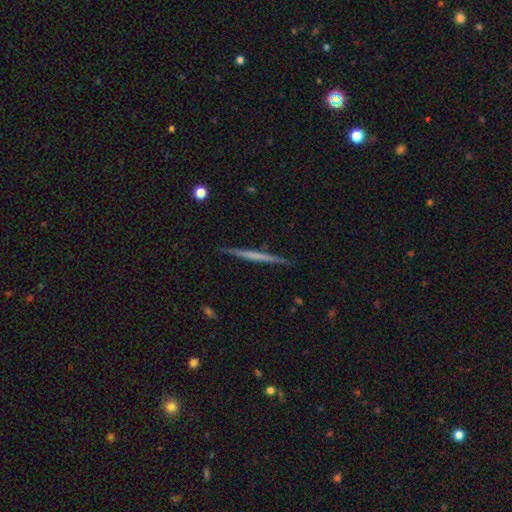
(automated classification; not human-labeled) Overall: featured or disk (55%; smooth 40%). Edge-on disk: yes (98%). Edge-on bulge: none (88%). Merging: none (91%).